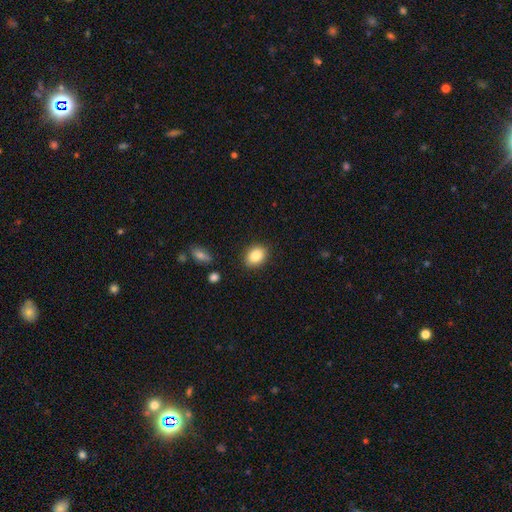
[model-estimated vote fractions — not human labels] smooth 86%, star or artifact 8%, featured or disk 6%. Down the decision tree: how rounded — in between (73%); merging — none (86%).